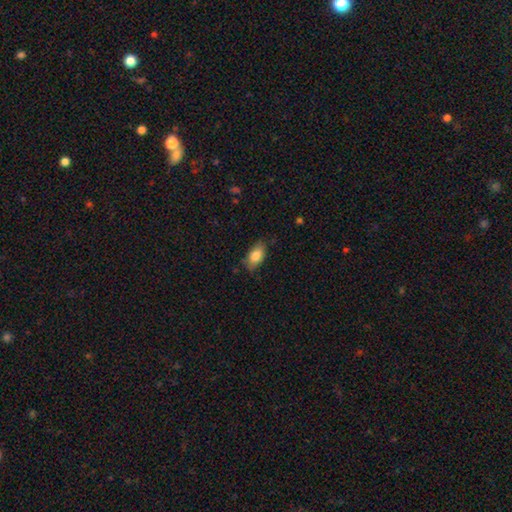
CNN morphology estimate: Smooth or featured? smooth (81%)
How rounded? in between (91%)
Merging? none (76%)